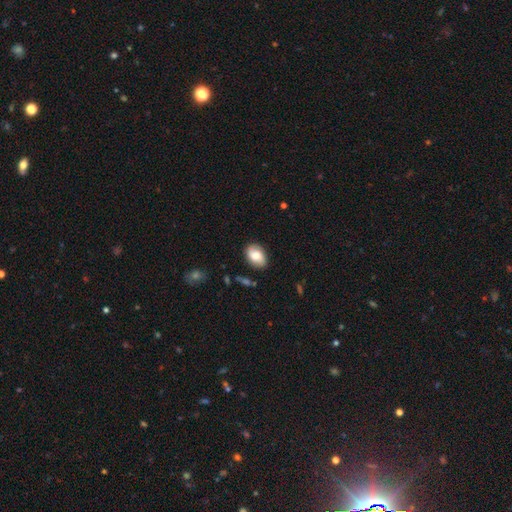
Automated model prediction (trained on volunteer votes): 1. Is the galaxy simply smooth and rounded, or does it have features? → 78% smooth, 15% featured or disk, 7% star or artifact.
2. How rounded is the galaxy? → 86% in between, 13% round, 1% cigar-shaped.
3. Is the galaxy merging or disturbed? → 81% none, 14% minor disturbance, 3% major disturbance, 2% merger.